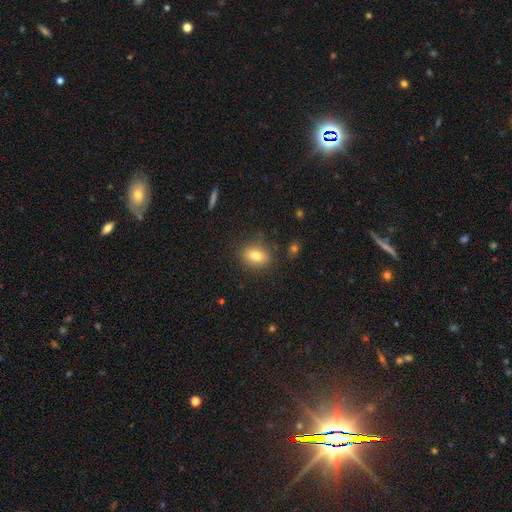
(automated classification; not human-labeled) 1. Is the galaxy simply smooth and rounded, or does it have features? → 81% smooth, 10% featured or disk, 9% star or artifact.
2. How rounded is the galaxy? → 69% in between, 29% round, 2% cigar-shaped.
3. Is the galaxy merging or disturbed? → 82% none, 12% minor disturbance, 4% major disturbance, 2% merger.